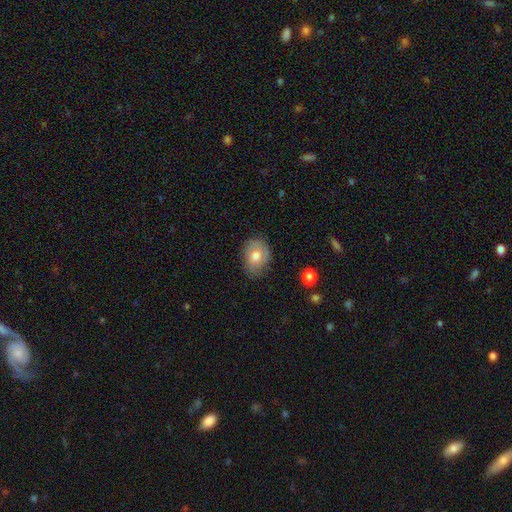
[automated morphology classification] A smooth galaxy with no disk features (58%) that is in between round and cigar-shaped (64%). Merging: none (69%).